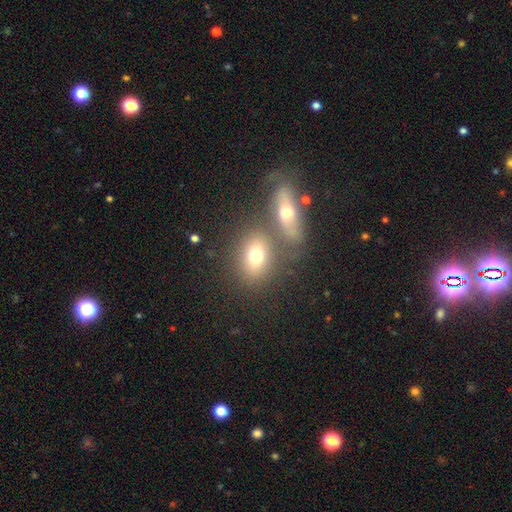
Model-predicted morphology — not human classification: This appears to be a smooth galaxy with no disk features (69%) that is in between round and cigar-shaped (68%). Merging: none (54%).